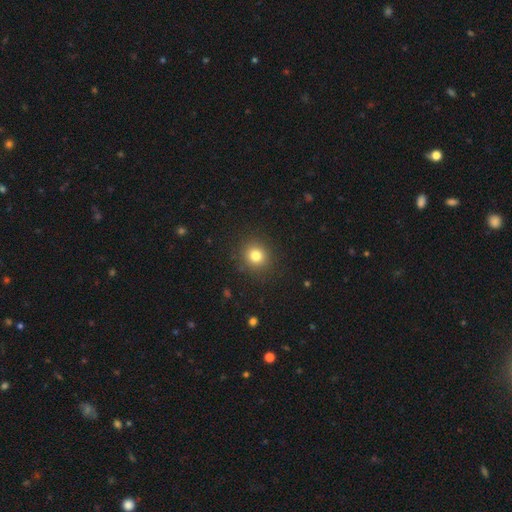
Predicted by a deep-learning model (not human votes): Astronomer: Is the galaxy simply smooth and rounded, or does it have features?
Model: smooth — 80%.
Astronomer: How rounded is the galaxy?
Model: round — 88%.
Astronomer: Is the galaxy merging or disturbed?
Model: none — 89%.